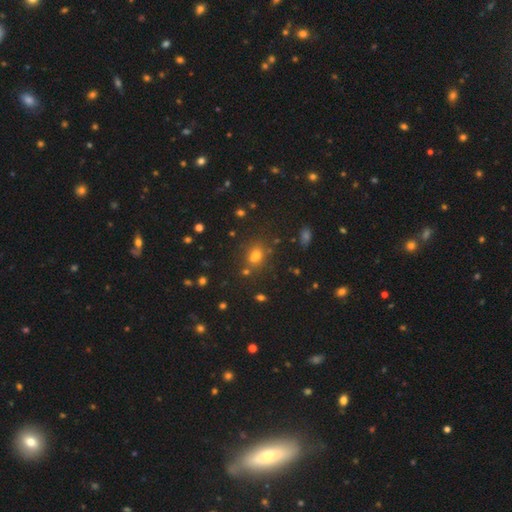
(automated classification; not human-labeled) Smooth or featured? smooth (67%)
How rounded? round (53%)
Merging? none (71%)